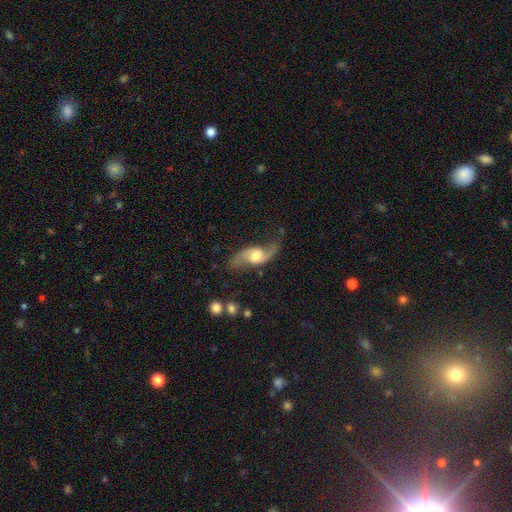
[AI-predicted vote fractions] Morphology: type=featured or disk (83%); edge-on=no (92%); bar=no (54%); spiral arms=yes (95%); winding=loose (76%); arm count=2 (92%); bulge=moderate (56%); merging=none (69%).